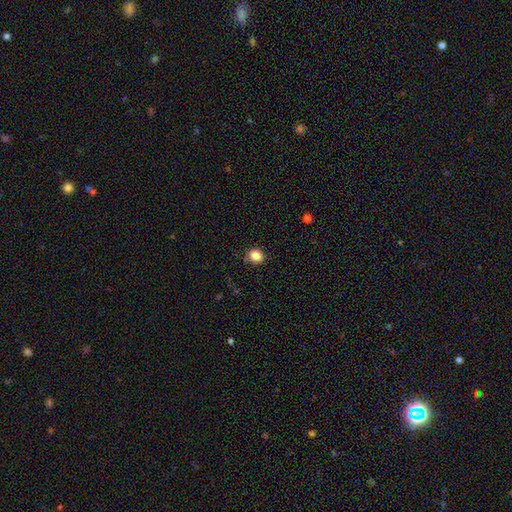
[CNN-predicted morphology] This appears to be a smooth galaxy with no disk features (85%) that is round (70%). Merging: none (86%).